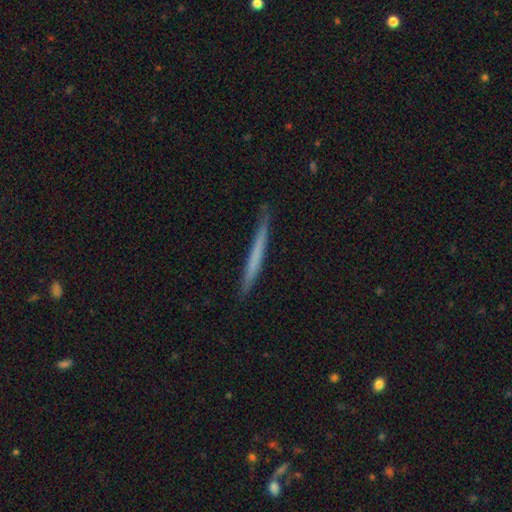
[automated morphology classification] This appears to be a smooth galaxy with no disk features (53%) that is cigar-shaped (97%). Merging: none (89%).